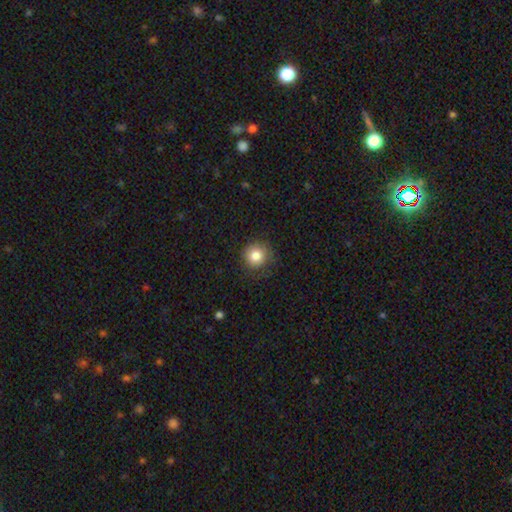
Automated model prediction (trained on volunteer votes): This appears to be a smooth galaxy with no disk features (83%) that is round (94%). Merging: none (84%).